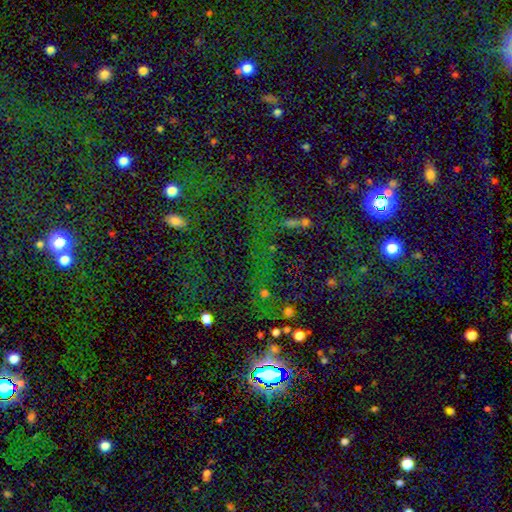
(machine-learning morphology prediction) Smooth or featured? star or artifact (75%)